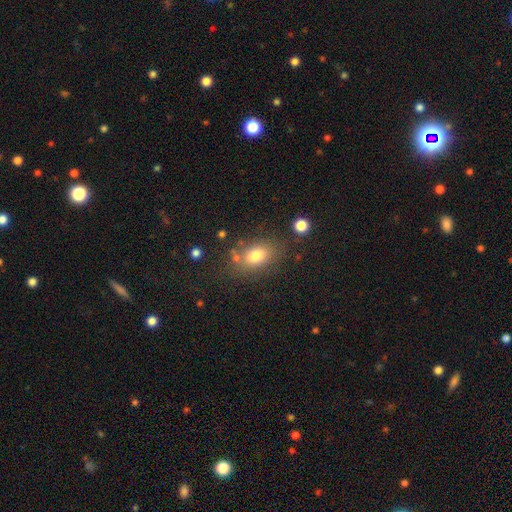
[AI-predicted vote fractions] smooth-or-featured: smooth: 78% | featured or disk: 11% | star or artifact: 11%
  how-rounded: in between: 77% | round: 20% | cigar-shaped: 2%
  merging: none: 72% | minor disturbance: 15% | merger: 7% | major disturbance: 6%